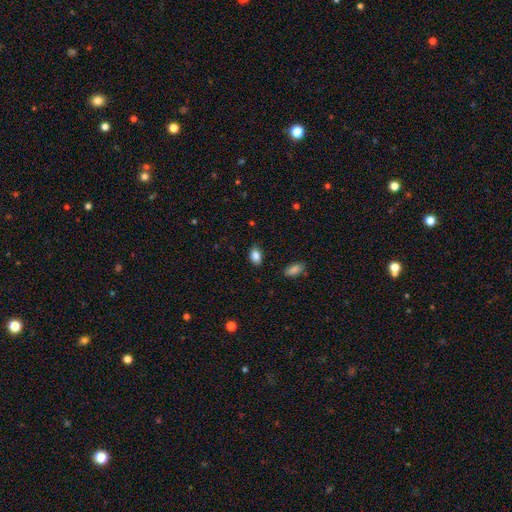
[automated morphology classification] A smooth galaxy with no disk features (86%) that is in between round and cigar-shaped (87%). Merging: none (82%).